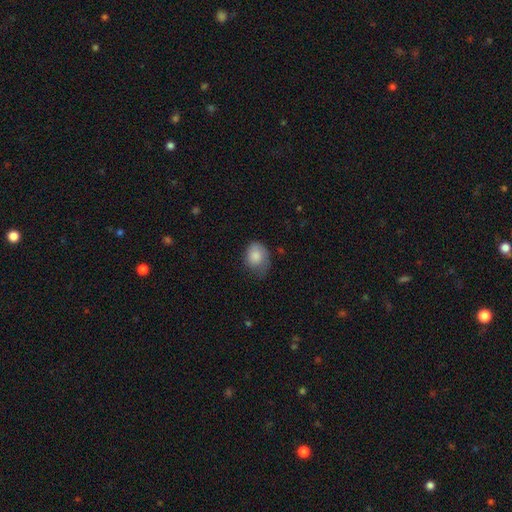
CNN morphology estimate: Smooth or featured? Predicted: smooth (p=0.82). How rounded? Predicted: in between (p=0.52). Merging? Predicted: none (p=0.43).